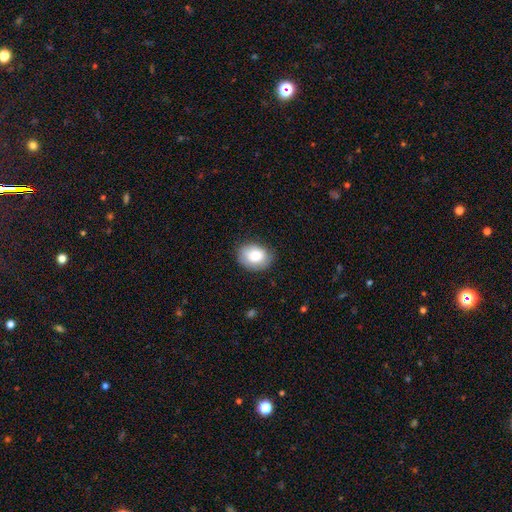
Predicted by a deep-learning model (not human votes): smooth-or-featured: smooth: 80% | featured or disk: 12% | star or artifact: 7%
  how-rounded: in between: 61% | round: 38% | cigar-shaped: 1%
  merging: none: 74% | minor disturbance: 20% | major disturbance: 5% | merger: 1%